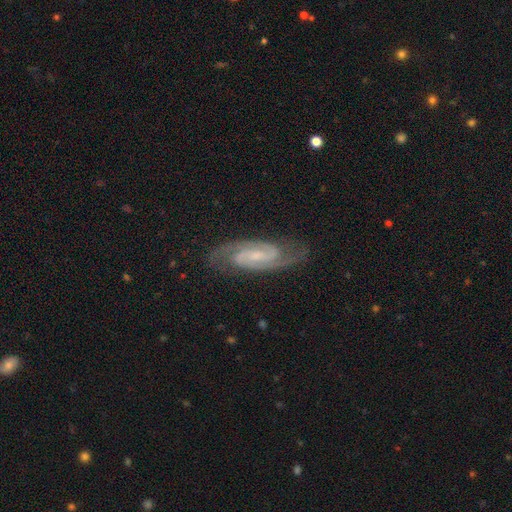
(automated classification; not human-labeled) smooth-or-featured: featured or disk: 91% | star or artifact: 5% | smooth: 4%
  disk-edge-on: no: 95% | yes: 5%
    bar: weak: 52% | no: 24% | strong: 24%
    has-spiral-arms: yes: 98% | no: 2%
      spiral-winding: medium: 53% | tight: 38% | loose: 9%
      spiral-arm-count: 2: 92% | can't tell: 3% | 3: 2% | 1: 1% | 4: 1% | more than 4: 1%
    bulge-size: small: 62% | moderate: 21% | none: 15% | large: 1% | dominant: 1%
  merging: none: 83% | minor disturbance: 13% | major disturbance: 3% | merger: 1%